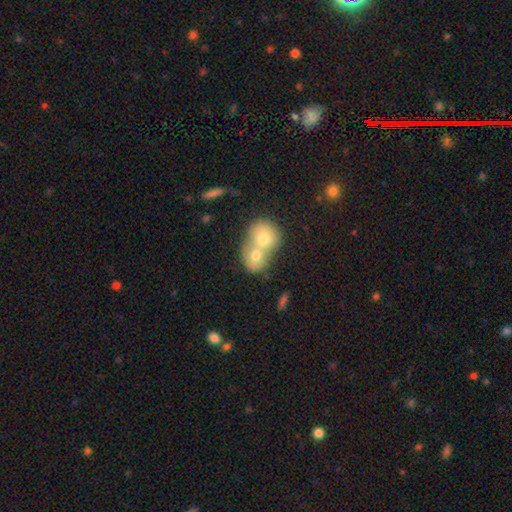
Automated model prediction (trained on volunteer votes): This appears to be a smooth galaxy with no disk features (68%) that is round (62%). Merging: merger (79%).